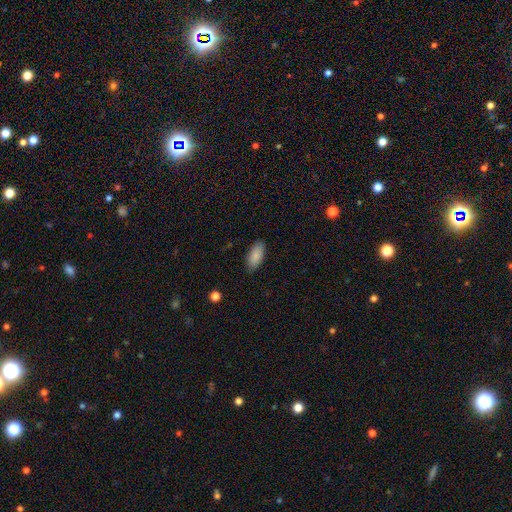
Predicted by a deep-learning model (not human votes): A smooth galaxy with no disk features (88%) that is in between round and cigar-shaped (91%).

Vote fractions:
- Smooth or featured? smooth: 88% / star or artifact: 7% / featured or disk: 6%
- How rounded? in between: 91% / cigar-shaped: 7% / round: 2%
- Merging? none: 86% / minor disturbance: 11% / major disturbance: 2% / merger: 1%